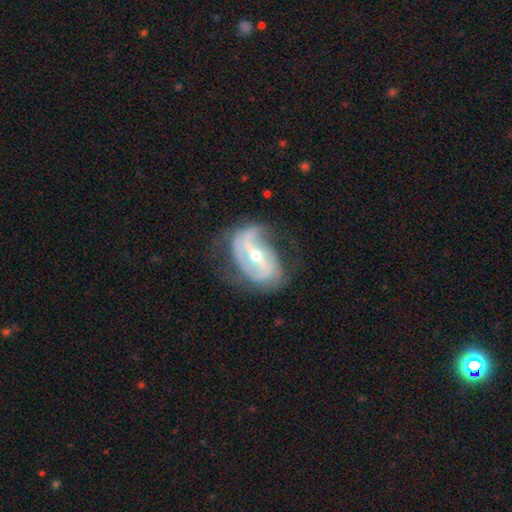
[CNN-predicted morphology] Q: Smooth or featured?
A: featured or disk (84%); runner-up: smooth (10%)
Q: Edge-on disk?
A: no (96%); runner-up: yes (4%)
Q: Bar?
A: strong (48%); runner-up: weak (35%)
Q: Spiral arms?
A: yes (89%); runner-up: no (11%)
Q: Spiral winding?
A: medium (40%); runner-up: loose (38%)
Q: Spiral arm count?
A: 2 (71%); runner-up: can't tell (12%)
Q: Bulge size?
A: moderate (53%); runner-up: small (44%)
Q: Merging?
A: none (53%); runner-up: minor disturbance (26%)